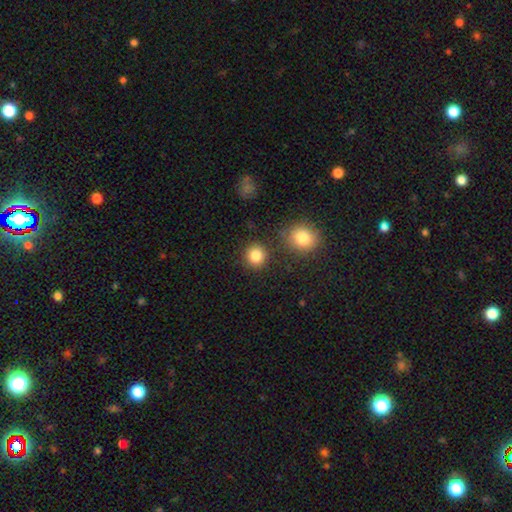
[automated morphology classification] Q: Smooth or featured?
A: smooth (85%); runner-up: star or artifact (11%)
Q: How rounded?
A: round (91%); runner-up: in between (8%)
Q: Merging?
A: none (85%); runner-up: minor disturbance (7%)